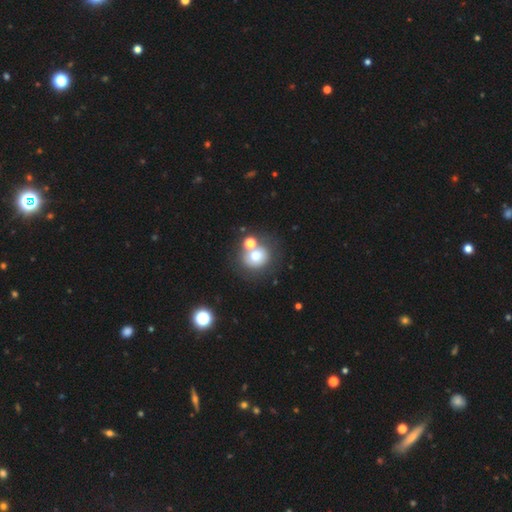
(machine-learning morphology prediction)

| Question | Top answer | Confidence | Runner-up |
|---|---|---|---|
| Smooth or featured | smooth | 70% | featured or disk (17%) |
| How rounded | round | 80% | in between (19%) |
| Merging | none | 54% | merger (27%) |